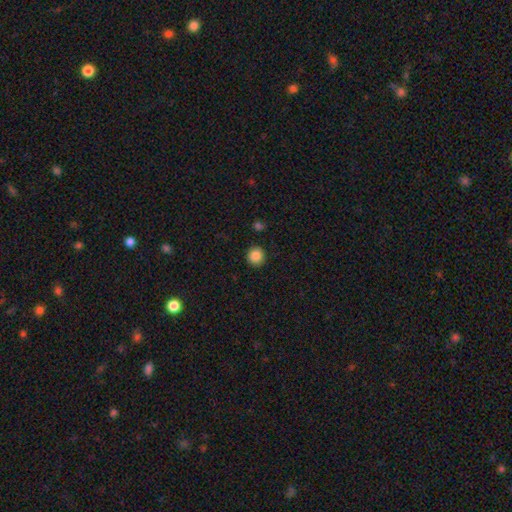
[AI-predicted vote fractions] Smooth or featured?
  - smooth: 86% *
  - star or artifact: 9%
  - featured or disk: 4%
How rounded?
  - round: 93% *
  - in between: 6%
  - cigar-shaped: 1%
Merging?
  - none: 91% *
  - minor disturbance: 6%
  - major disturbance: 2%
  - merger: 1%